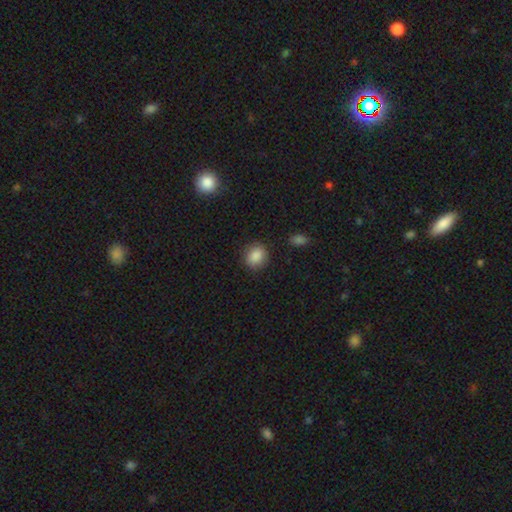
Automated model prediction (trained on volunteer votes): Smooth or featured: smooth — 87% (star or artifact — 9%)
How rounded: round — 70% (in between — 29%)
Merging: none — 87% (minor disturbance — 9%)